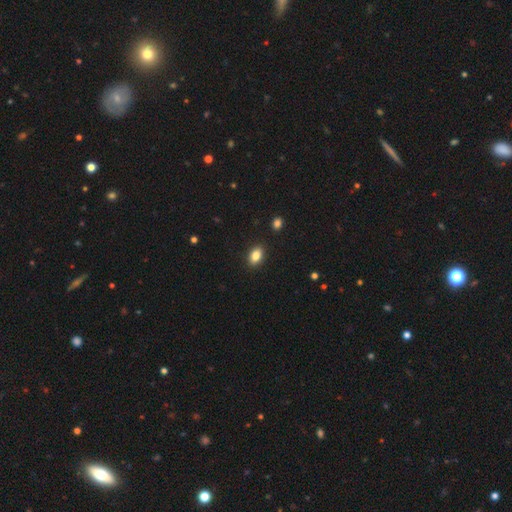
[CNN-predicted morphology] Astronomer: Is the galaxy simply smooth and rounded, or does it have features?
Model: smooth — 84%.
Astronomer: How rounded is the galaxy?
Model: in between — 86%.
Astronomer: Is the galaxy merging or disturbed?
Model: none — 90%.